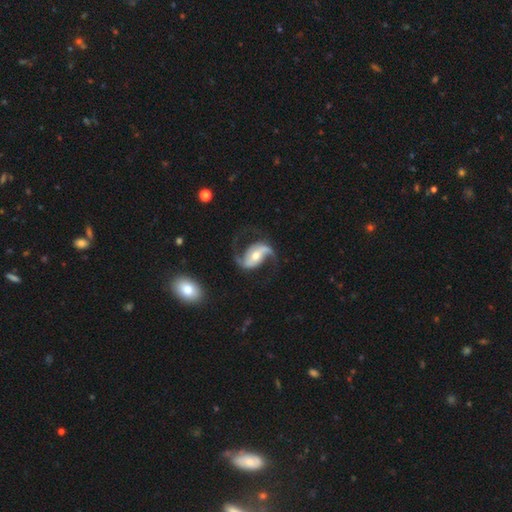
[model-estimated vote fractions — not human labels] A featured or disk galaxy (89%) with a strong bar (37%), 2 (93%) loose (64%) spiral arms (97%) and a moderate central bulge (59%). Merging: none (73%).